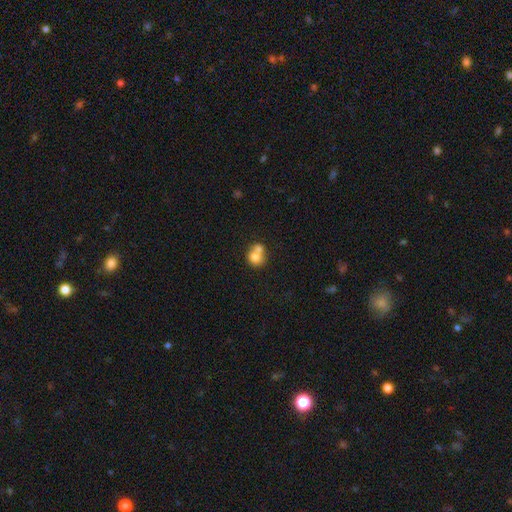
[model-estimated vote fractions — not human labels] smooth 73%, featured or disk 17%, star or artifact 10%. Down the decision tree: how rounded — round (76%); merging — merger (62%).